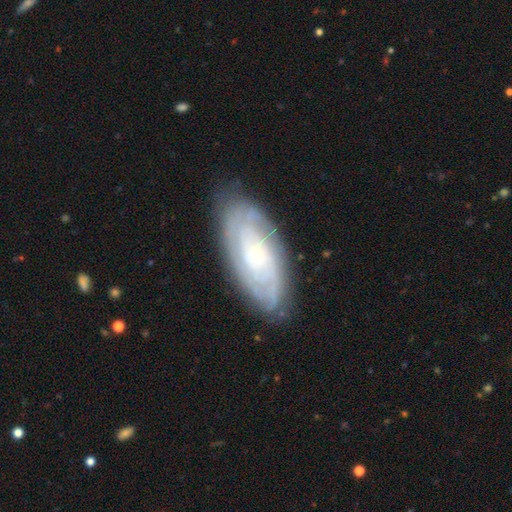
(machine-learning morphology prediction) A featured or disk galaxy (76%) with no bar (73%), tight (76%) spiral arms (93%) and a small central bulge (66%). Merging: none (79%).